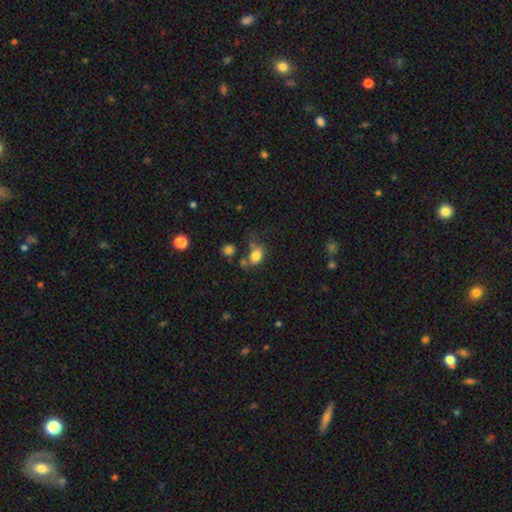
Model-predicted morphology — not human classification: smooth_or_featured: smooth (p=0.80) [alt: star or artifact p=0.11]
how_rounded: in between (p=0.75) [alt: round p=0.23]
merging: none (p=0.51) [alt: minor disturbance p=0.23]